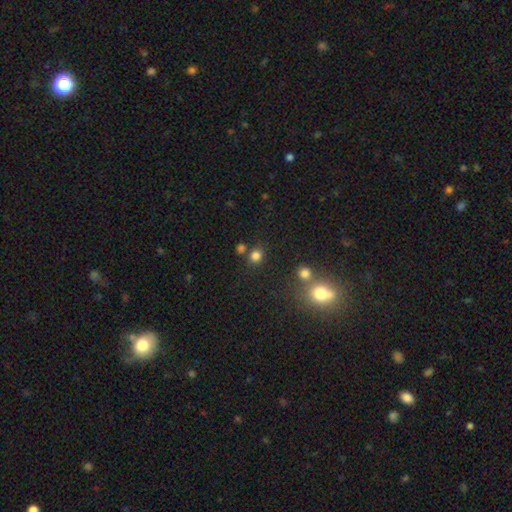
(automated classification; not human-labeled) A smooth galaxy with no disk features (80%) that is round (77%).

Vote fractions:
- Smooth or featured? smooth: 80% / star or artifact: 15% / featured or disk: 5%
- How rounded? round: 77% / in between: 22% / cigar-shaped: 1%
- Merging? none: 74% / merger: 13% / minor disturbance: 9% / major disturbance: 4%